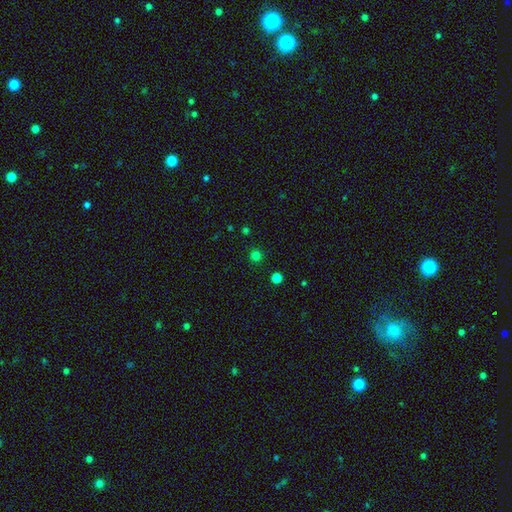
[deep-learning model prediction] A smooth galaxy with no disk features (77%) that is round (95%). Merging: none (91%).